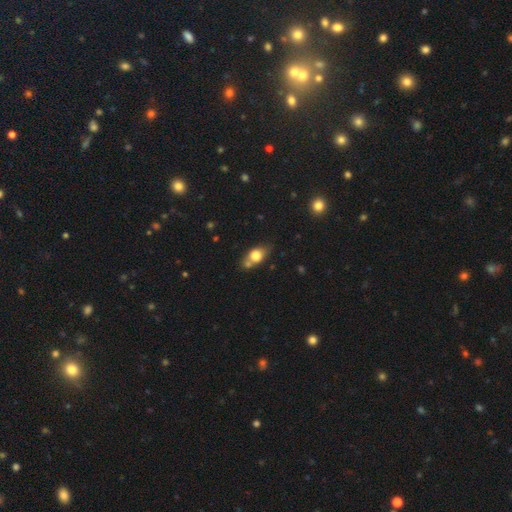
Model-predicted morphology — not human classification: Smooth or featured: smooth — 72% (featured or disk — 18%)
How rounded: in between — 69% (round — 25%)
Merging: none — 52% (merger — 22%)